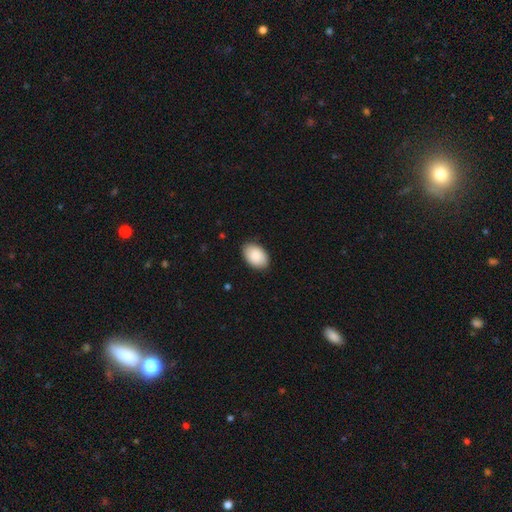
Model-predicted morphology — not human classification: This appears to be a smooth galaxy with no disk features (88%) that is in between round and cigar-shaped (91%). Merging: none (87%).